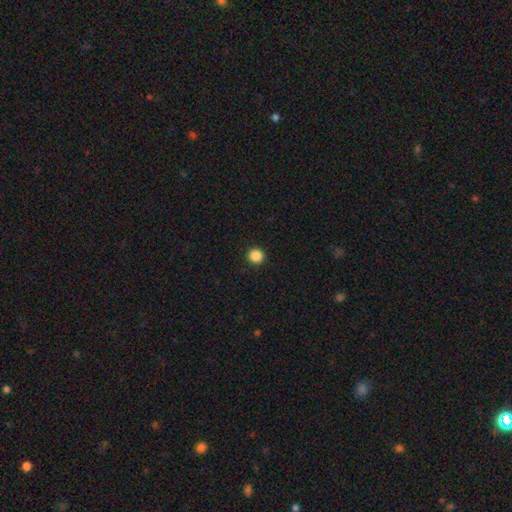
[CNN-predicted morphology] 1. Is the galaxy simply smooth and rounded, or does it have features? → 87% smooth, 11% star or artifact, 3% featured or disk.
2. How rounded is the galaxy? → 95% round, 4% in between, 1% cigar-shaped.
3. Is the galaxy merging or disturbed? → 93% none, 4% minor disturbance, 2% major disturbance, 1% merger.